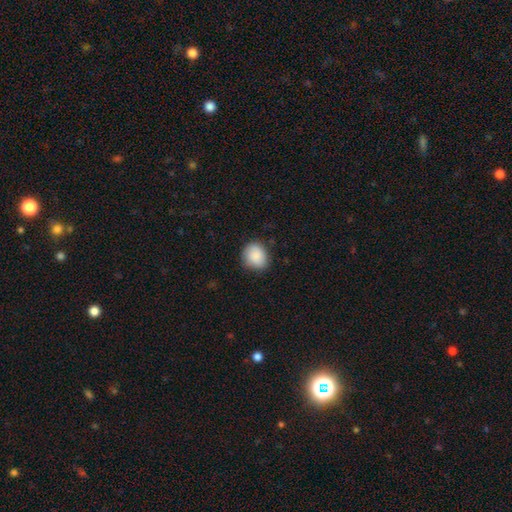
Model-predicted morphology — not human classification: smooth_or_featured: smooth (p=0.88) [alt: star or artifact p=0.07]
how_rounded: round (p=0.70) [alt: in between p=0.29]
merging: none (p=0.77) [alt: minor disturbance p=0.18]